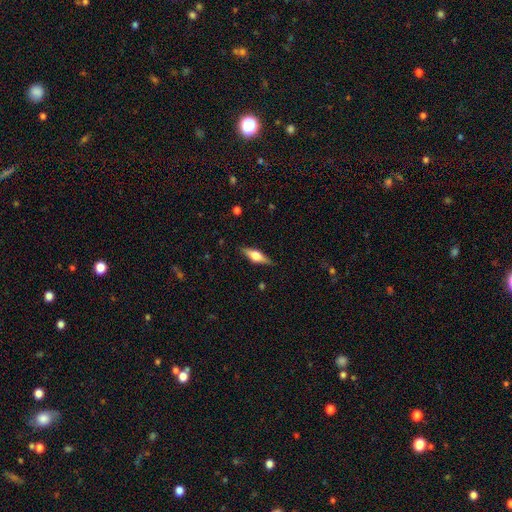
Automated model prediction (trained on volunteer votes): smooth-or-featured: featured or disk: 54% | smooth: 40% | star or artifact: 6%
  disk-edge-on: yes: 94% | no: 6%
    edge-on-bulge: rounded: 91% | boxy: 7% | none: 2%
  merging: none: 87% | minor disturbance: 10% | major disturbance: 2% | merger: 1%